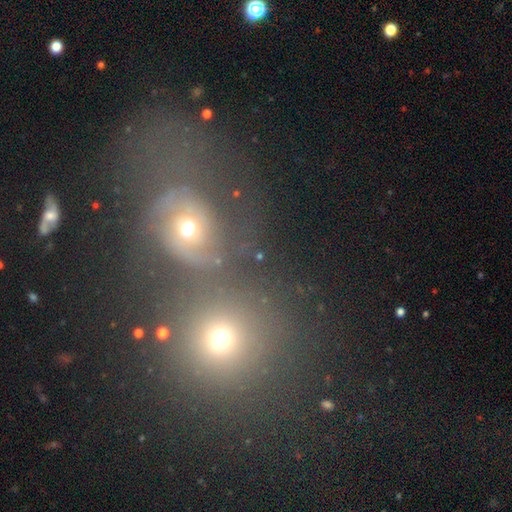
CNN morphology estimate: smooth 47%, star or artifact 27%, featured or disk 26%. Down the decision tree: merging — merger (51%).